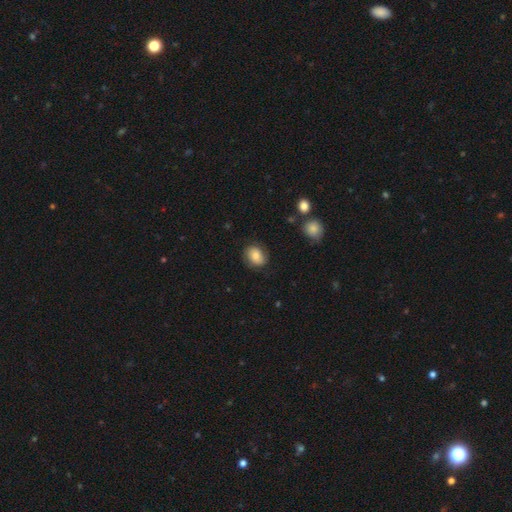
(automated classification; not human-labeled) Smooth or featured? smooth (70%)
How rounded? in between (52%)
Merging? none (78%)